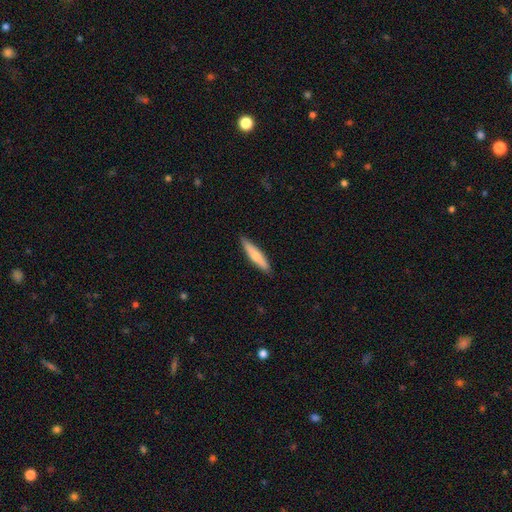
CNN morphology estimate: Smooth or featured? Predicted: smooth (p=0.68). How rounded? Predicted: cigar-shaped (p=0.87). Merging? Predicted: none (p=0.89).